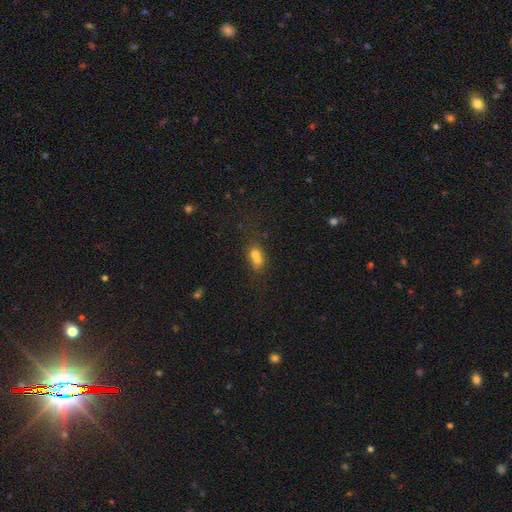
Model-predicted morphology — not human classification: The model was most divided on "how rounded": round: 49%, in between: 48%, cigar-shaped: 3%. More confident: smooth or featured — smooth (66%); merging — merger (59%).